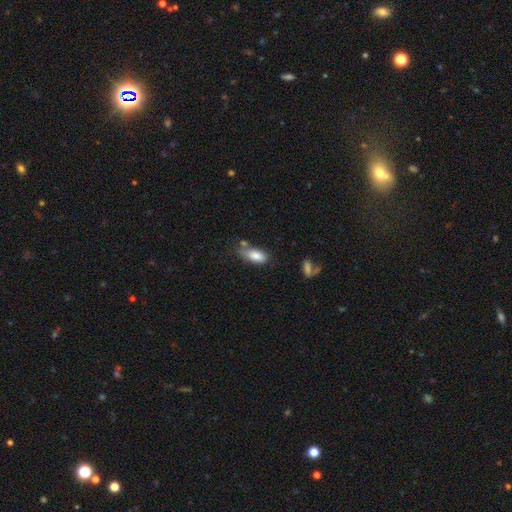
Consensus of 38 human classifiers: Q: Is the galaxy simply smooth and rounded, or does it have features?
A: smooth — 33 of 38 (87%).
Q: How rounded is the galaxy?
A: in between — 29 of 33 (88%).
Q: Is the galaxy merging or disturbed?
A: none — 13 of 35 (37%).